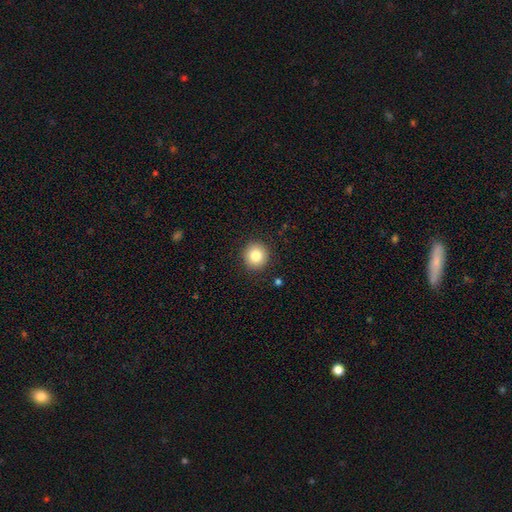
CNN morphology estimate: This appears to be a smooth galaxy with no disk features (82%) that is round (93%). Merging: none (91%).